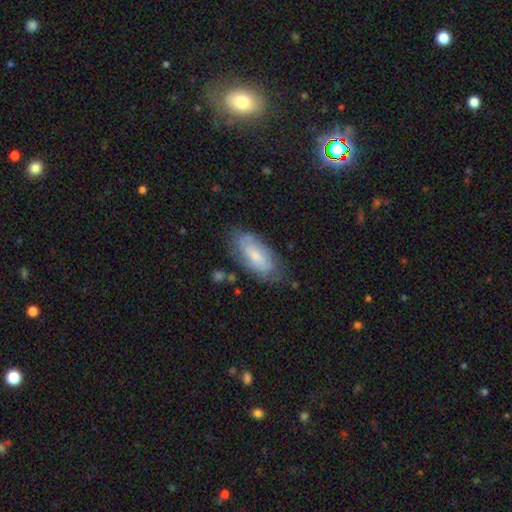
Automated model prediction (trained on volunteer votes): Overall: featured or disk (48%; smooth 45%). Merging: none (69%).